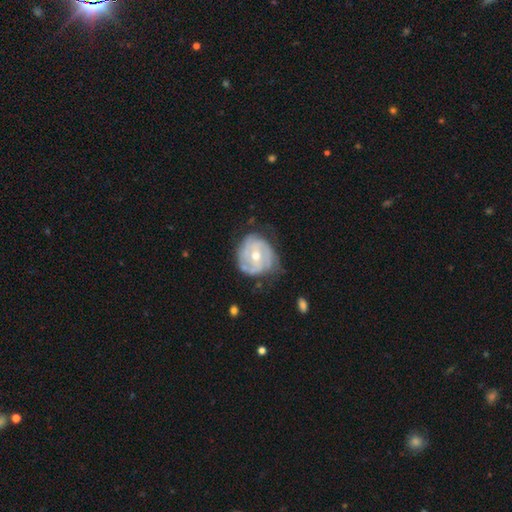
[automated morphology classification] Smooth or featured?
  - featured or disk: 79% *
  - smooth: 15%
  - star or artifact: 5%
Edge-on disk?
  - no: 97% *
  - yes: 3%
Bar?
  - no: 60% *
  - weak: 32%
  - strong: 8%
Spiral arms?
  - yes: 86% *
  - no: 14%
Spiral winding?
  - tight: 60% *
  - medium: 30%
  - loose: 10%
Spiral arm count?
  - can't tell: 33% *
  - 2: 31%
  - 3: 21%
  - 4: 6%
  - 1: 5%
  - more than 4: 4%
Bulge size?
  - moderate: 69% *
  - small: 27%
  - large: 3%
  - none: 1%
  - dominant: 1%
Merging?
  - none: 62% *
  - minor disturbance: 26%
  - major disturbance: 10%
  - merger: 2%